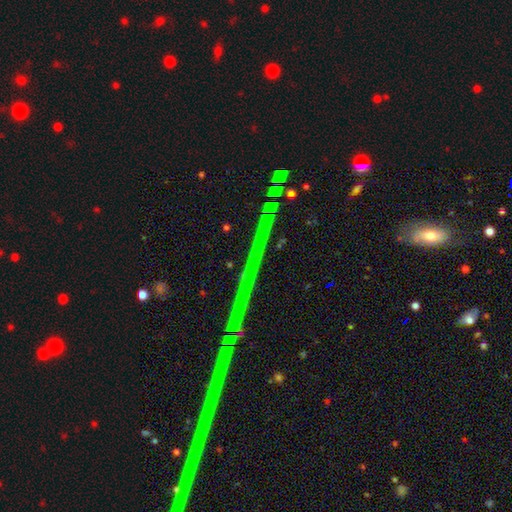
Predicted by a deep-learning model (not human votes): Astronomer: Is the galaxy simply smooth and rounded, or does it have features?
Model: star or artifact — 80%.